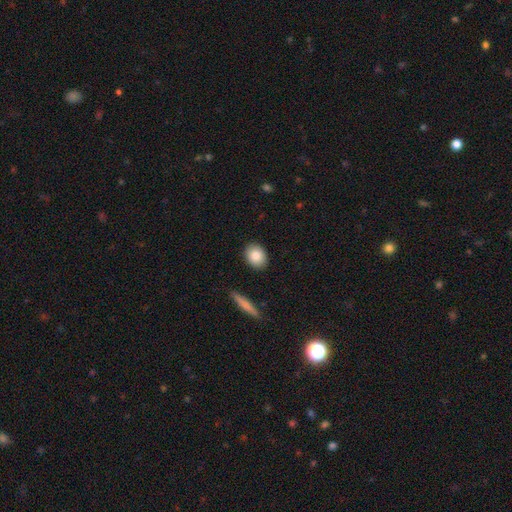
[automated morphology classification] Smooth or featured? smooth (84%)
How rounded? in between (61%)
Merging? none (89%)